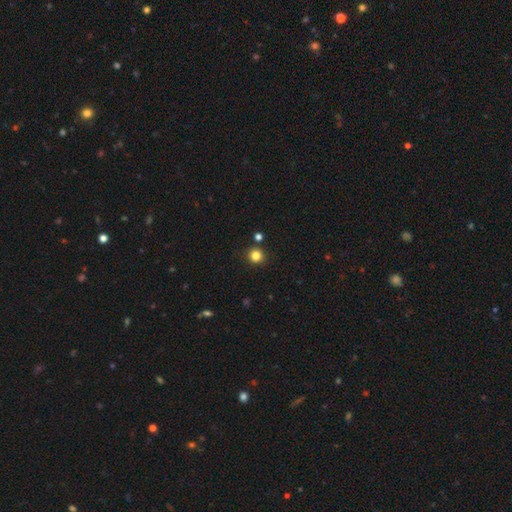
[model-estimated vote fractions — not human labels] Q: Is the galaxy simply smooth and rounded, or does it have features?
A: smooth — 82%.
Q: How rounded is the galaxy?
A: round — 92%.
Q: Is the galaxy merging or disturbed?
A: none — 89%.